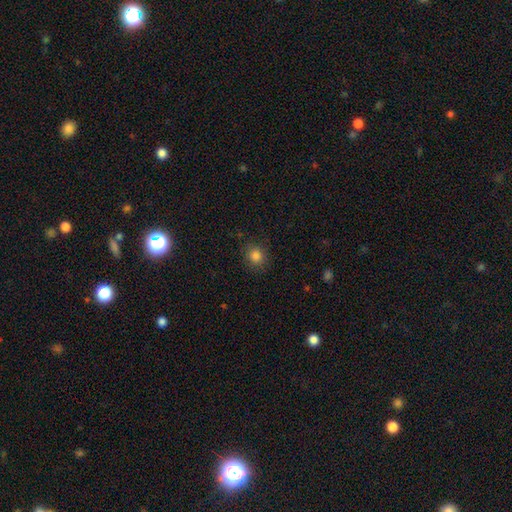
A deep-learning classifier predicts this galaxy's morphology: The model was most divided on "how rounded": round: 79%, in between: 20%, cigar-shaped: 1%. More confident: merging — none (86%); smooth or featured — smooth (84%).